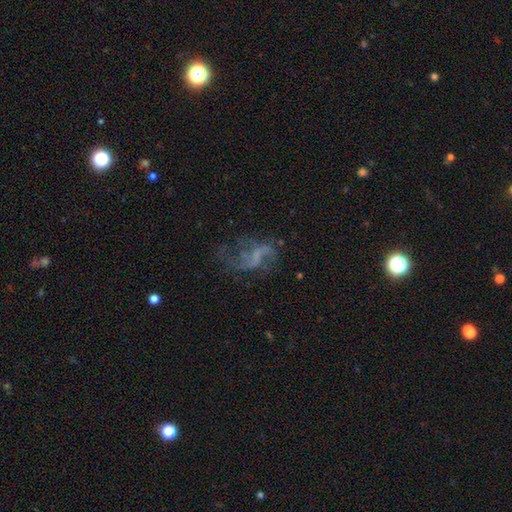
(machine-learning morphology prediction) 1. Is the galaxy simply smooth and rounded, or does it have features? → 70% featured or disk, 15% smooth, 15% star or artifact.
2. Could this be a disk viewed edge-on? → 97% no, 3% yes.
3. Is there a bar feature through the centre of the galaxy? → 46% no, 40% weak, 14% strong.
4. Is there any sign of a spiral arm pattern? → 75% yes, 25% no.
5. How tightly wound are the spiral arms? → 76% loose, 19% medium, 5% tight.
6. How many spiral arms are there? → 64% 2, 14% can't tell, 8% 1, 8% 3, 3% 4, 3% more than 4.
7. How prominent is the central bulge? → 67% none, 21% small, 8% moderate, 2% large, 1% dominant.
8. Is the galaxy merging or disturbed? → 48% none, 31% major disturbance, 17% minor disturbance, 4% merger.